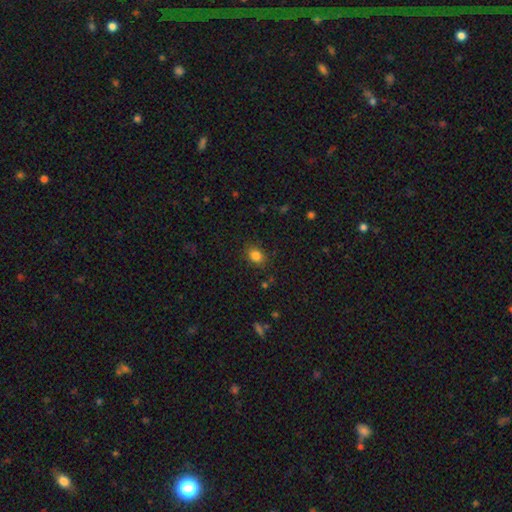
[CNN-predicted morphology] Q: Smooth or featured?
A: smooth (84%); runner-up: star or artifact (11%)
Q: How rounded?
A: in between (54%); runner-up: round (45%)
Q: Merging?
A: none (83%); runner-up: minor disturbance (12%)